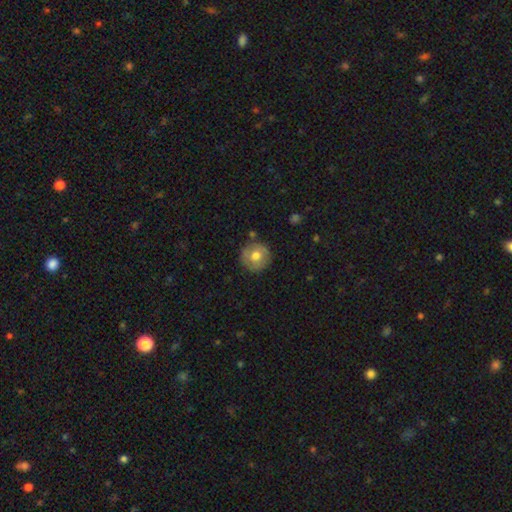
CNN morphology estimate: Smooth or featured? smooth (66%)
How rounded? round (94%)
Merging? none (82%)